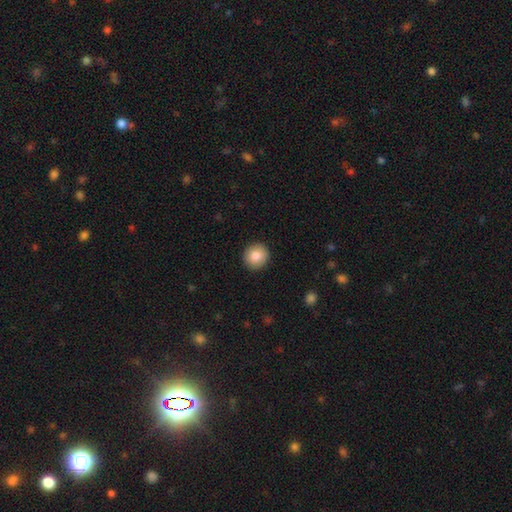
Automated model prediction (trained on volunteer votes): Smooth or featured: smooth — 85% (star or artifact — 8%)
How rounded: round — 93% (in between — 6%)
Merging: none — 92% (minor disturbance — 5%)